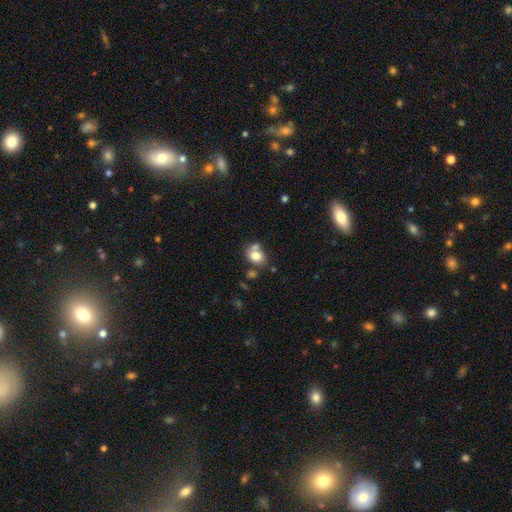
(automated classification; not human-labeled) Smooth or featured: smooth — 76% (featured or disk — 14%)
How rounded: in between — 57% (round — 42%)
Merging: none — 44% (merger — 32%)